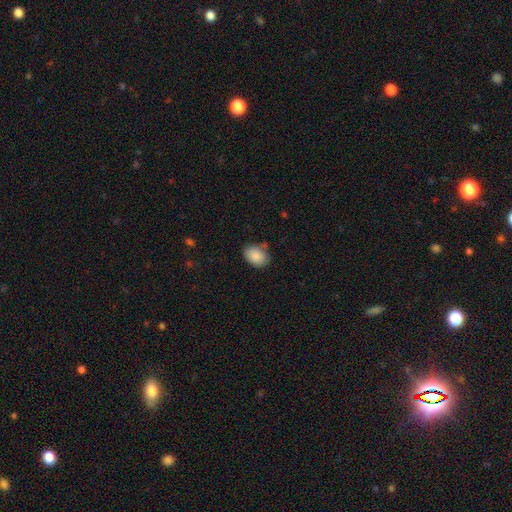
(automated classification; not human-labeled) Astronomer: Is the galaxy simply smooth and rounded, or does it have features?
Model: smooth — 88%.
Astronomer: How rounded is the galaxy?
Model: in between — 78%.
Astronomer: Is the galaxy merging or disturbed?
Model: none — 77%.